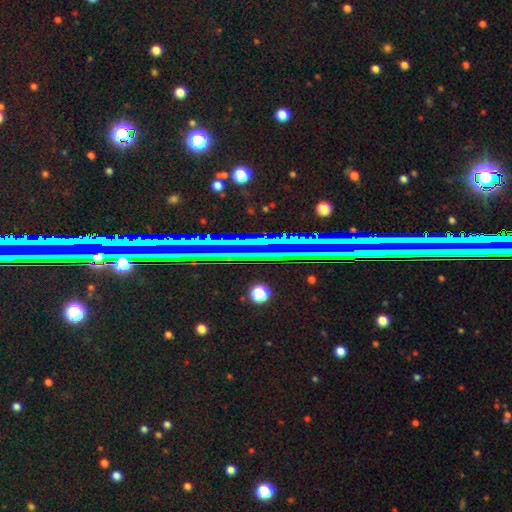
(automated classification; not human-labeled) A star or artifact, not a galaxy (72%).